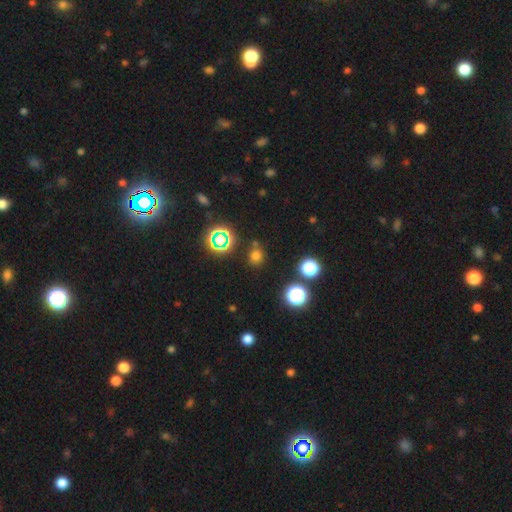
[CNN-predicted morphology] type=smooth (66%); roundness=round (86%); merging=none (80%).